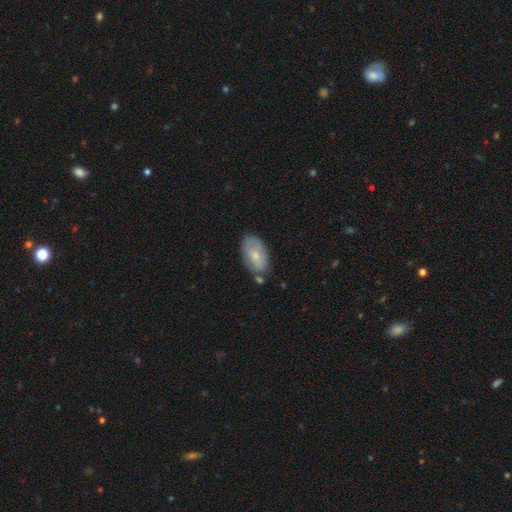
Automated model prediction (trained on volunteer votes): smooth_or_featured: smooth (p=0.68) [alt: featured or disk p=0.26]
how_rounded: in between (p=0.93) [alt: round p=0.05]
merging: none (p=0.65) [alt: minor disturbance p=0.23]